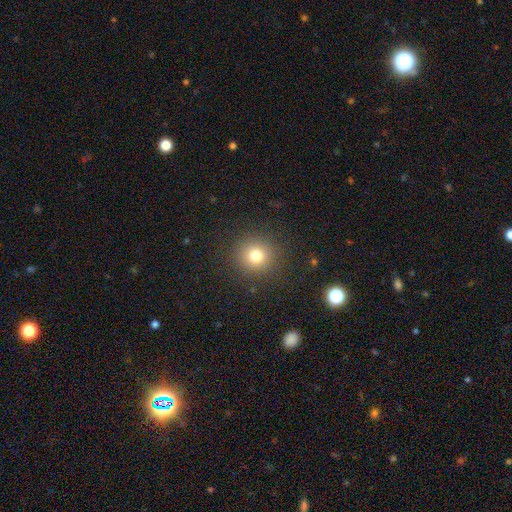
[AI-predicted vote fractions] Smooth or featured? Predicted: smooth (p=0.77). How rounded? Predicted: round (p=0.92). Merging? Predicted: none (p=0.89).